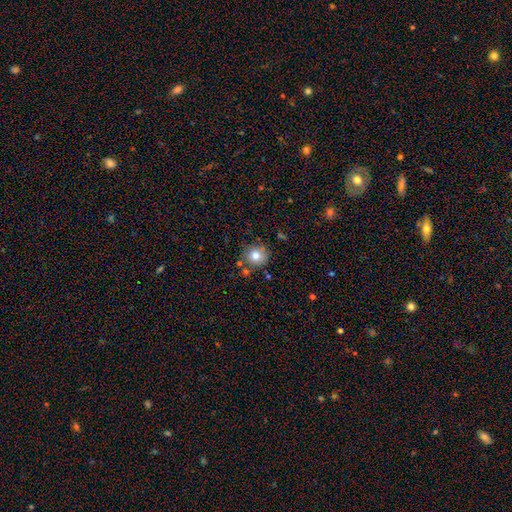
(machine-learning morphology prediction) Smooth or featured? smooth (78%)
How rounded? round (89%)
Merging? none (79%)